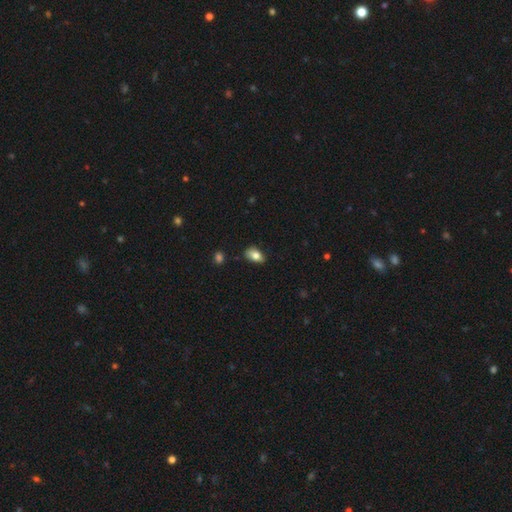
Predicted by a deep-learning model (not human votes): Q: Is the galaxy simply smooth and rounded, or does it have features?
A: smooth — 80%.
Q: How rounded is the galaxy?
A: in between — 89%.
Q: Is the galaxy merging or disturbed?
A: none — 68%.